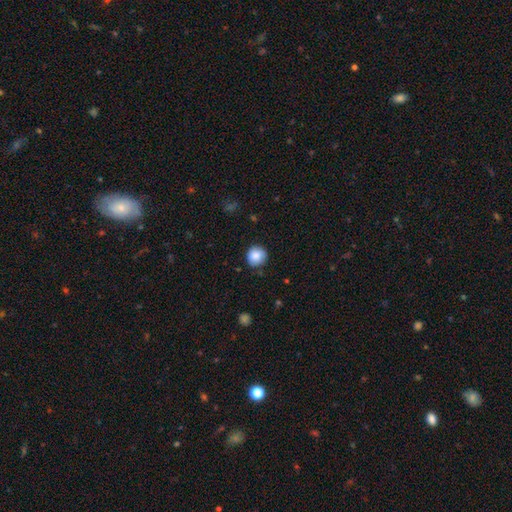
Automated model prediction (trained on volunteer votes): The model was most divided on "merging": none: 82%, minor disturbance: 14%, major disturbance: 3%, merger: 1%. More confident: how rounded — round (89%); smooth or featured — smooth (86%).